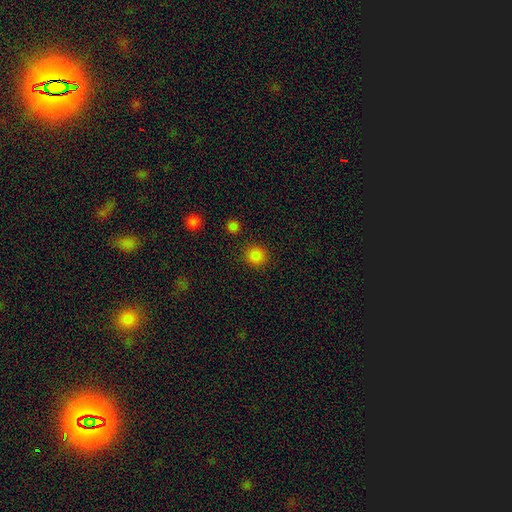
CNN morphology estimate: A smooth galaxy with no disk features (85%) that is round (91%). Merging: none (89%).